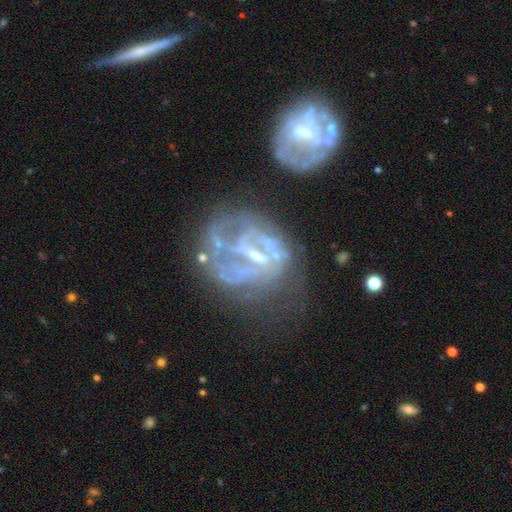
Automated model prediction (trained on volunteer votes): This appears to be a featured or disk galaxy (77%) with a weak bar (42%), spiral arms (56%) and no central bulge (39%). Merging: none (34%).